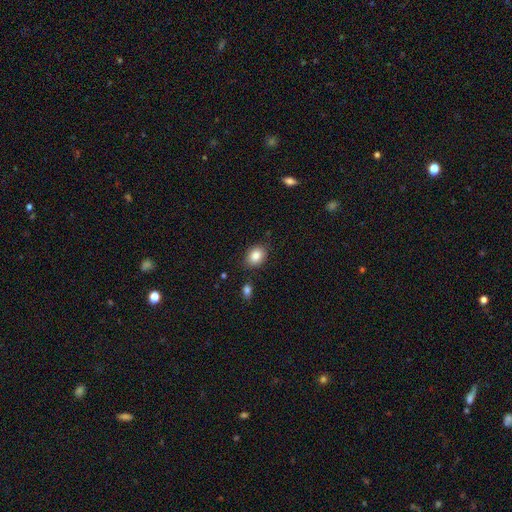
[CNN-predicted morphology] smooth 86%, star or artifact 8%, featured or disk 6%. Down the decision tree: how rounded — in between (62%); merging — none (83%).